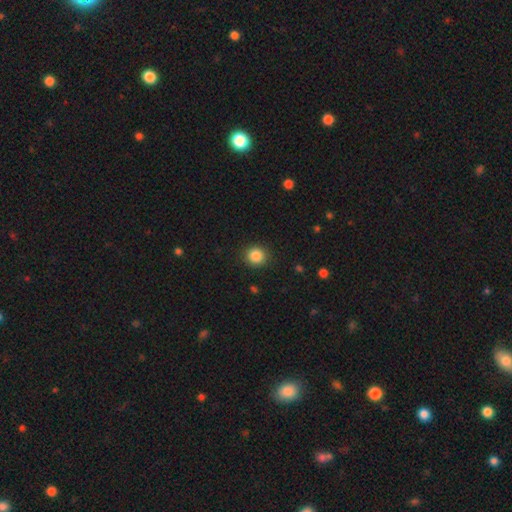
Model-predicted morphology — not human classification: type=smooth (86%); roundness=round (90%); merging=none (91%).